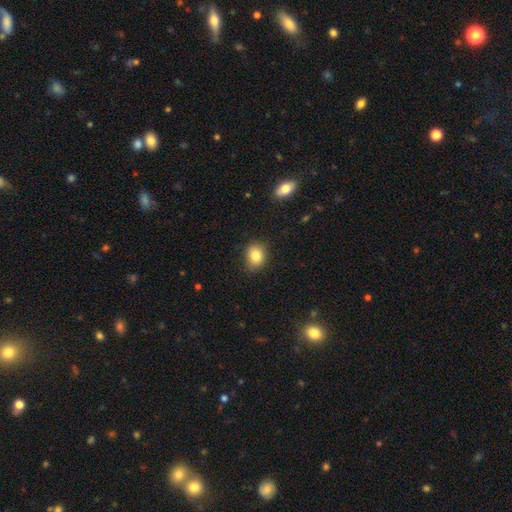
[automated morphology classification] Smooth or featured?
  - smooth: 84% *
  - star or artifact: 9%
  - featured or disk: 6%
How rounded?
  - round: 52% *
  - in between: 47%
  - cigar-shaped: 1%
Merging?
  - none: 82% *
  - minor disturbance: 14%
  - major disturbance: 3%
  - merger: 1%